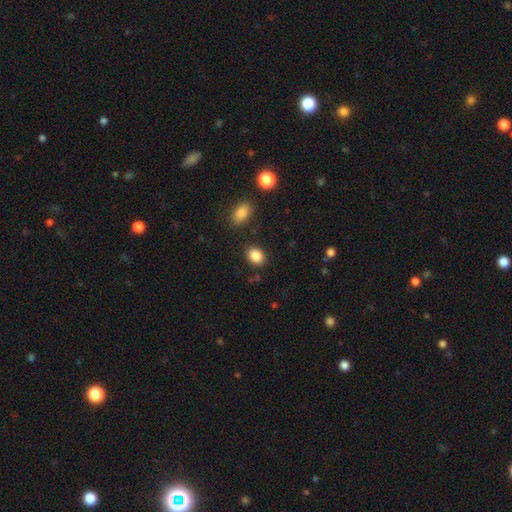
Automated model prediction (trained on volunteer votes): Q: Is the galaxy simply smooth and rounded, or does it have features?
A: smooth — 87%.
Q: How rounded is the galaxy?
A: in between — 59%.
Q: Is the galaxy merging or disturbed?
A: none — 85%.